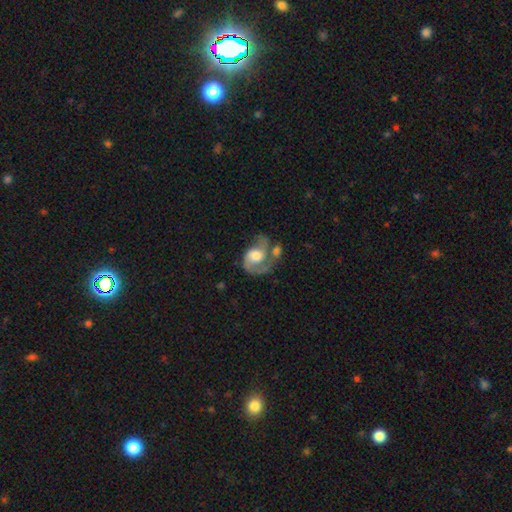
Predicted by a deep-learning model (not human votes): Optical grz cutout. It shows a featured or disk galaxy (73%) with no bar (67%), 2 (59%) medium (45%) spiral arms (89%) and a moderate central bulge (50%). Merging: none (30%).